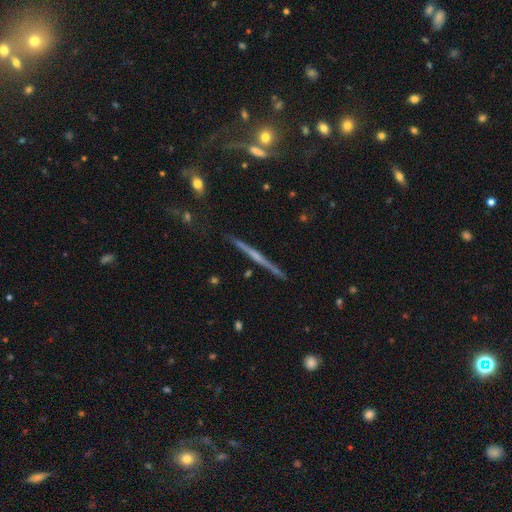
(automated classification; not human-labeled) Smooth or featured? Predicted: featured or disk (p=0.74). Edge-on disk? Predicted: yes (p=0.98). Edge-on bulge? Predicted: rounded (p=0.45, tied with none). Merging? Predicted: none (p=0.89).